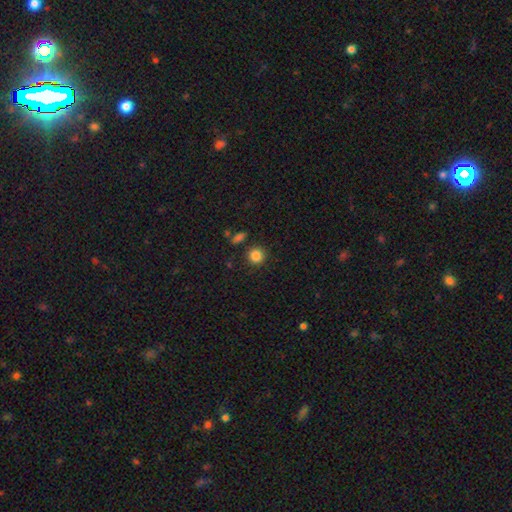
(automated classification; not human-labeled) Smooth or featured?
  - smooth: 85% *
  - star or artifact: 11%
  - featured or disk: 4%
How rounded?
  - round: 91% *
  - in between: 8%
  - cigar-shaped: 1%
Merging?
  - none: 87% *
  - minor disturbance: 7%
  - merger: 4%
  - major disturbance: 2%